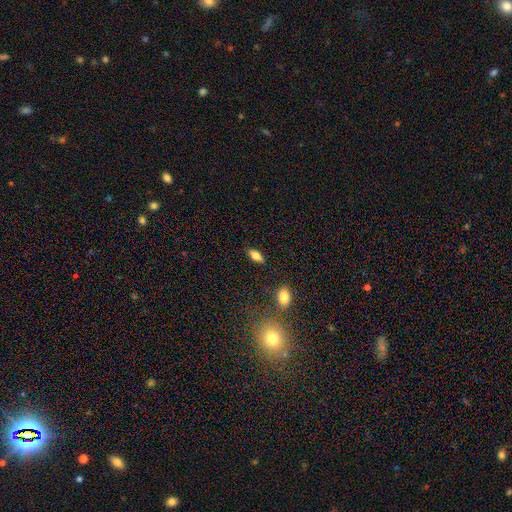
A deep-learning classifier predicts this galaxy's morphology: Smooth or featured? Predicted: smooth (p=0.79). How rounded? Predicted: in between (p=0.81). Merging? Predicted: none (p=0.85).